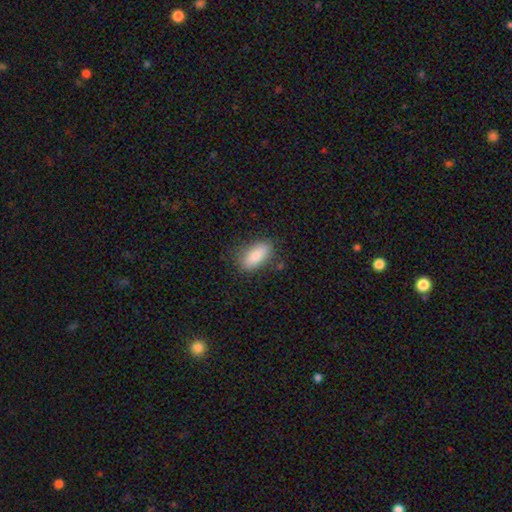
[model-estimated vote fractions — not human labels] Q: Smooth or featured?
A: smooth (84%); runner-up: featured or disk (9%)
Q: How rounded?
A: in between (87%); runner-up: cigar-shaped (10%)
Q: Merging?
A: none (78%); runner-up: minor disturbance (16%)